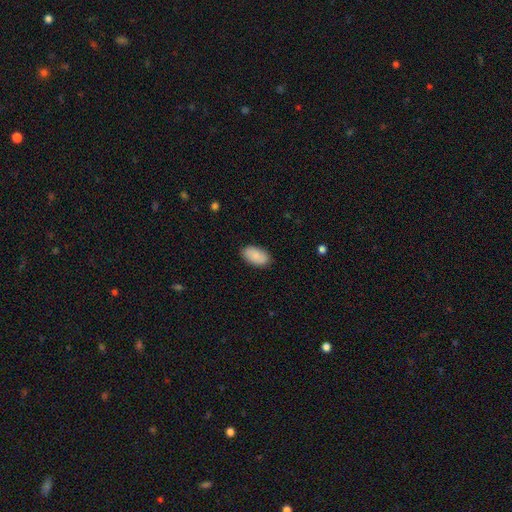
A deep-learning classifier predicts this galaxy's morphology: The model was most divided on "merging": none: 87%, minor disturbance: 10%, major disturbance: 2%, merger: 1%. More confident: how rounded — in between (95%); smooth or featured — smooth (87%).